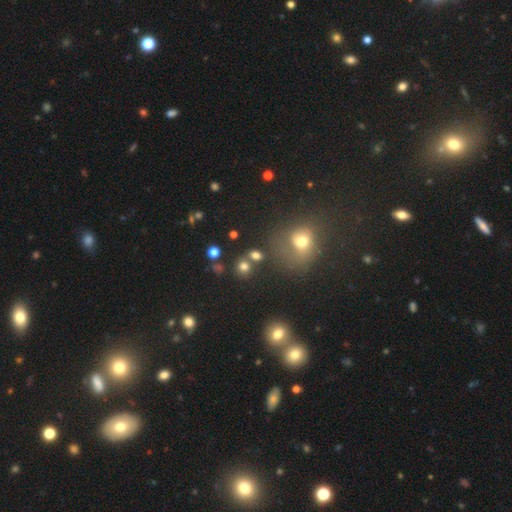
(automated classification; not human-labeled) smooth-or-featured: smooth: 73% | star or artifact: 18% | featured or disk: 9%
  how-rounded: round: 73% | in between: 26% | cigar-shaped: 1%
  merging: none: 61% | merger: 22% | minor disturbance: 11% | major disturbance: 7%